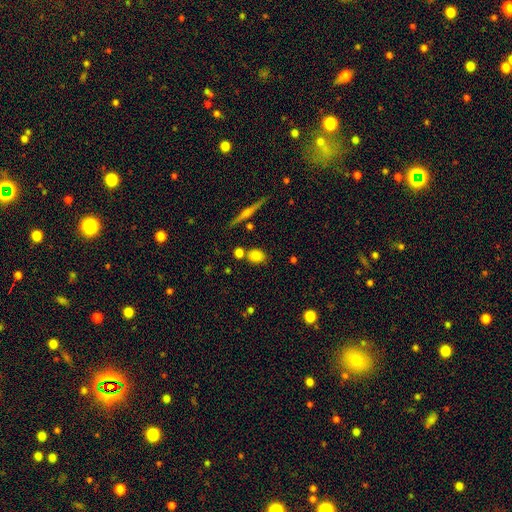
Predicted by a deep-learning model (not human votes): smooth 79%, featured or disk 10%, star or artifact 10%. Down the decision tree: how rounded — in between (50%); merging — none (71%).